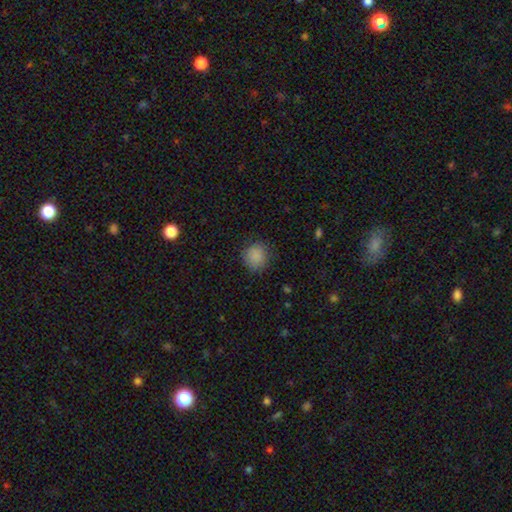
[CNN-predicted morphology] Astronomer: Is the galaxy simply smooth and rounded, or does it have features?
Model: smooth — 87%.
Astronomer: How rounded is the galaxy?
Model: round — 84%.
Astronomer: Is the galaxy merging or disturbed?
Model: none — 82%.